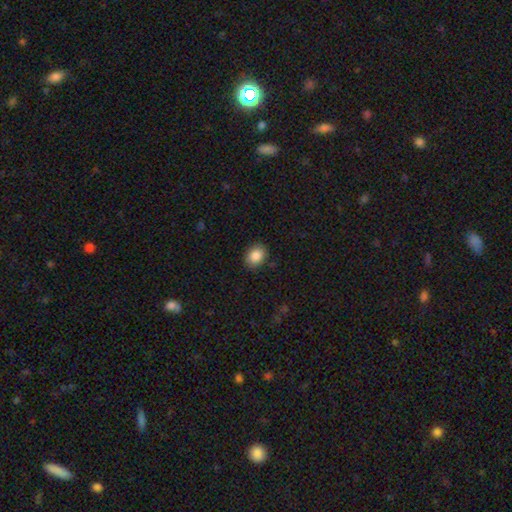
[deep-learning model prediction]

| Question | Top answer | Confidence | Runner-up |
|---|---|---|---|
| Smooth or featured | smooth | 87% | star or artifact (8%) |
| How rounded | in between | 55% | round (44%) |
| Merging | none | 86% | minor disturbance (10%) |